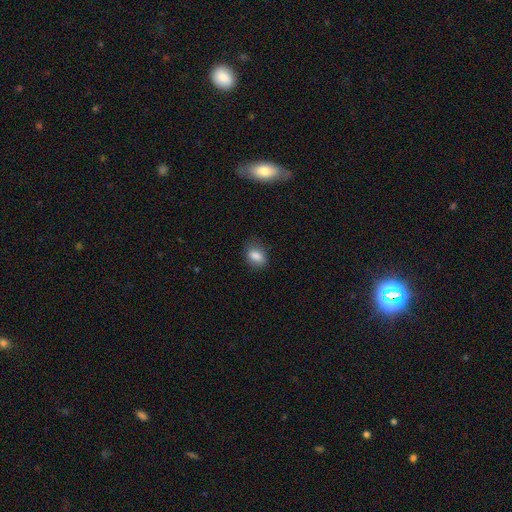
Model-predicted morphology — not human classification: Smooth or featured? Predicted: smooth (p=0.84). How rounded? Predicted: in between (p=0.79). Merging? Predicted: none (p=0.74).